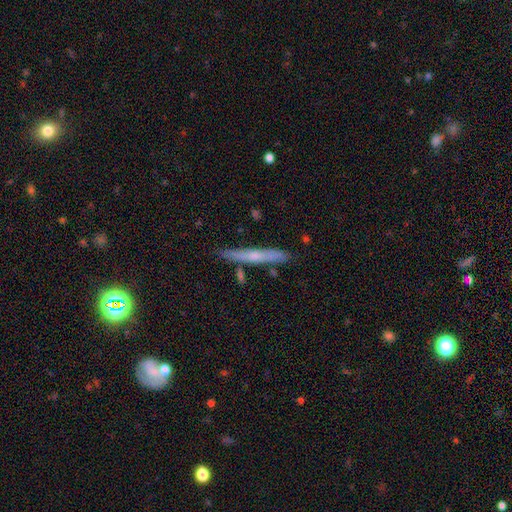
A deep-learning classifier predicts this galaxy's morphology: type=featured or disk (52%); edge-on=yes (94%); merging=none (85%).